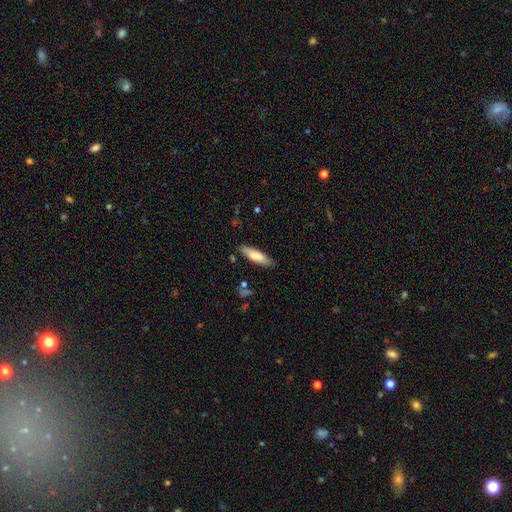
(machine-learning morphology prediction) Overall: smooth (78%). How rounded: cigar-shaped (61%; in between 37%). Merging: none (83%).